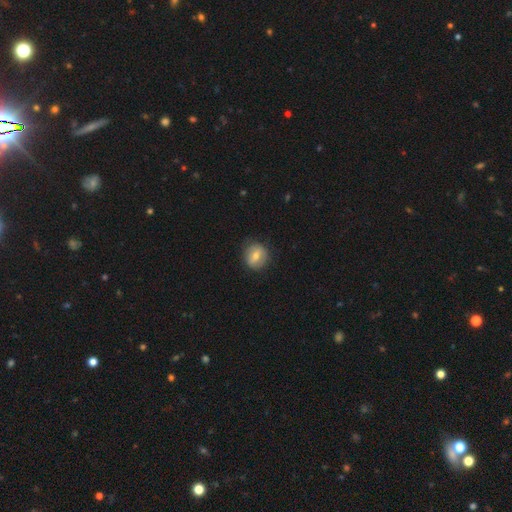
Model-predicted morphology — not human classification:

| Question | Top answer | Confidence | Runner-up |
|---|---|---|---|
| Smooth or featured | smooth | 64% | featured or disk (28%) |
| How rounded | round | 83% | in between (16%) |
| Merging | none | 81% | minor disturbance (14%) |